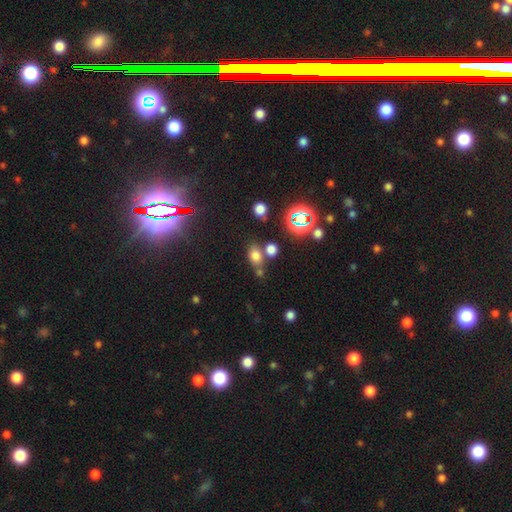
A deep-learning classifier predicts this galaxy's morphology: Smooth or featured?
  - smooth: 68% *
  - star or artifact: 23%
  - featured or disk: 9%
How rounded?
  - in between: 65% *
  - round: 32%
  - cigar-shaped: 3%
Merging?
  - none: 60% *
  - merger: 22%
  - minor disturbance: 13%
  - major disturbance: 5%